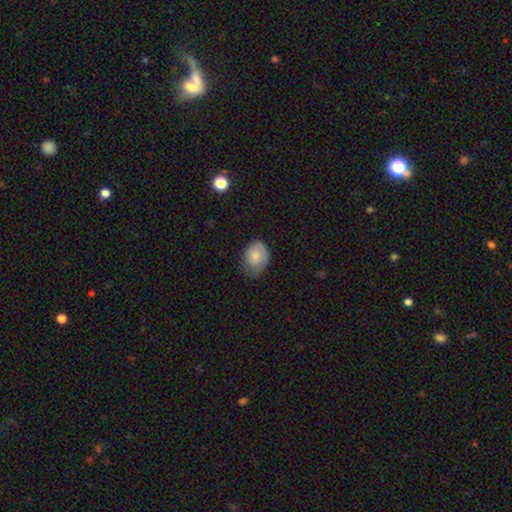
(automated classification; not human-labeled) Smooth or featured?
  - smooth: 75% *
  - featured or disk: 19%
  - star or artifact: 7%
How rounded?
  - in between: 74% *
  - round: 25%
  - cigar-shaped: 1%
Merging?
  - none: 52% *
  - minor disturbance: 34%
  - major disturbance: 12%
  - merger: 1%